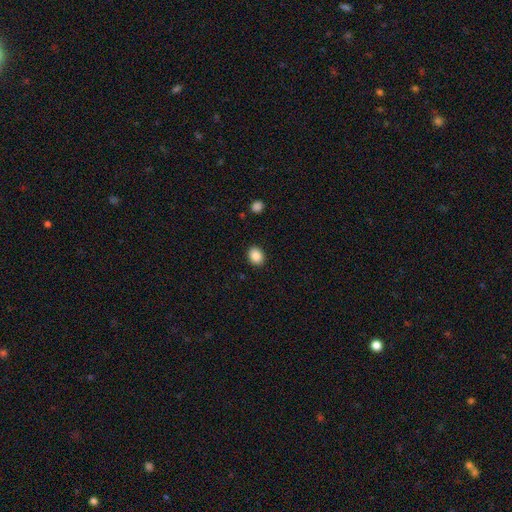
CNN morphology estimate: Overall: smooth (88%). How rounded: in between (52%; round 47%). Merging: none (90%).